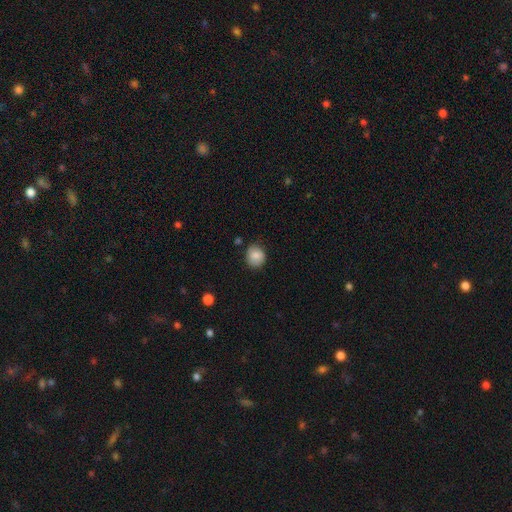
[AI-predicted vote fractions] smooth_or_featured: smooth (p=0.83) [alt: featured or disk p=0.09]
how_rounded: round (p=0.78) [alt: in between p=0.21]
merging: none (p=0.80) [alt: minor disturbance p=0.16]